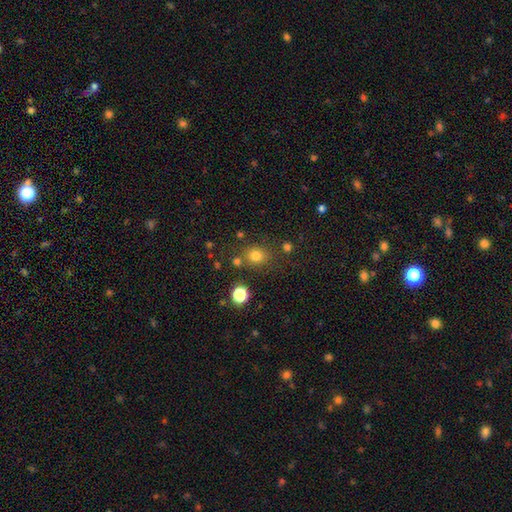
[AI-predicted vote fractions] Overall: smooth (78%). How rounded: round (74%). Merging: none (77%).